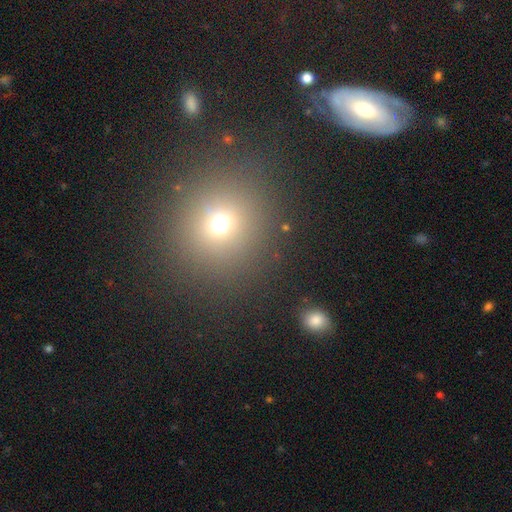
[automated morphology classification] type=smooth (63%); roundness=round (85%); merging=none (86%).